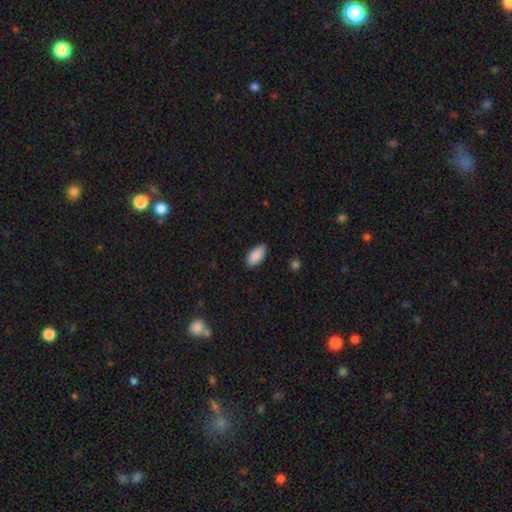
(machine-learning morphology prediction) A smooth galaxy with no disk features (90%) that is in between round and cigar-shaped (92%). Merging: none (86%).